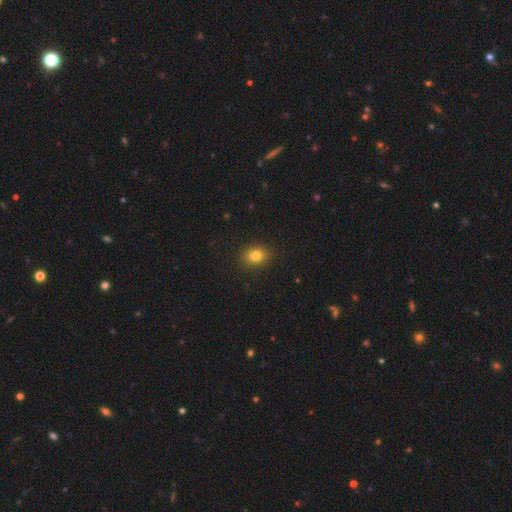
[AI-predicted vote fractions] A smooth galaxy with no disk features (81%) that is in between round and cigar-shaped (52%).

Vote fractions:
- Smooth or featured? smooth: 81% / star or artifact: 12% / featured or disk: 7%
- How rounded? in between: 52% / round: 47% / cigar-shaped: 1%
- Merging? none: 89% / minor disturbance: 8% / major disturbance: 2% / merger: 1%